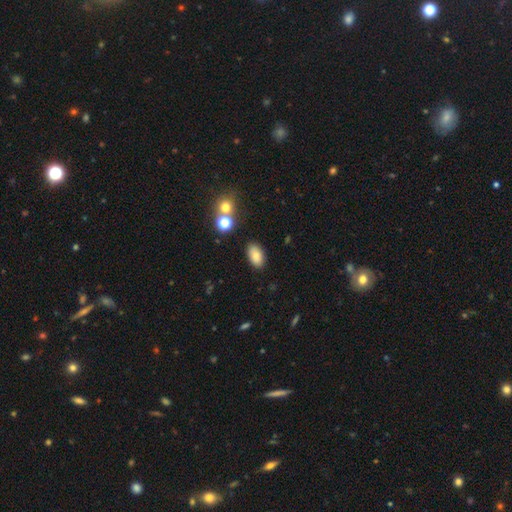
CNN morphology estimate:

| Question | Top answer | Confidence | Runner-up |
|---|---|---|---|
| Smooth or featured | smooth | 82% | star or artifact (10%) |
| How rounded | in between | 93% | round (5%) |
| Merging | none | 86% | minor disturbance (9%) |